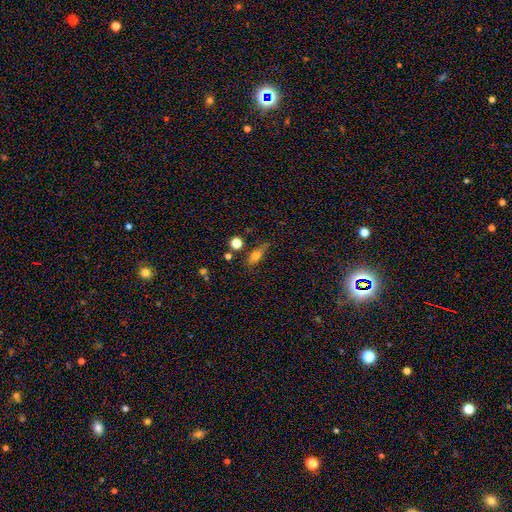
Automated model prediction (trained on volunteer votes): A smooth galaxy with no disk features (67%) that is in between round and cigar-shaped (61%).

Vote fractions:
- Smooth or featured? smooth: 67% / featured or disk: 20% / star or artifact: 13%
- How rounded? in between: 61% / cigar-shaped: 24% / round: 16%
- Merging? none: 57% / minor disturbance: 26% / major disturbance: 10% / merger: 6%